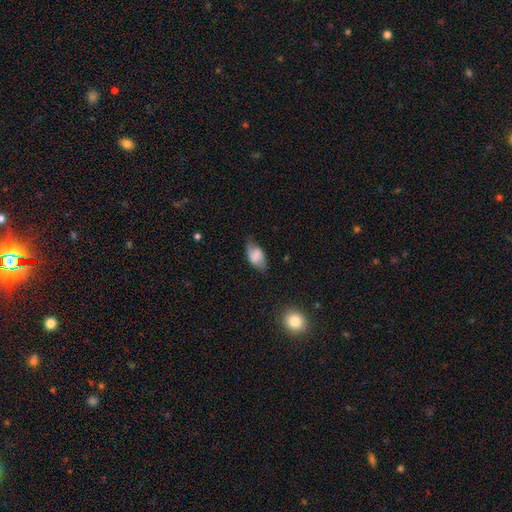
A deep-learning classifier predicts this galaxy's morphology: Smooth or featured: smooth — 66% (featured or disk — 25%)
How rounded: in between — 91% (round — 6%)
Merging: none — 61% (minor disturbance — 29%)